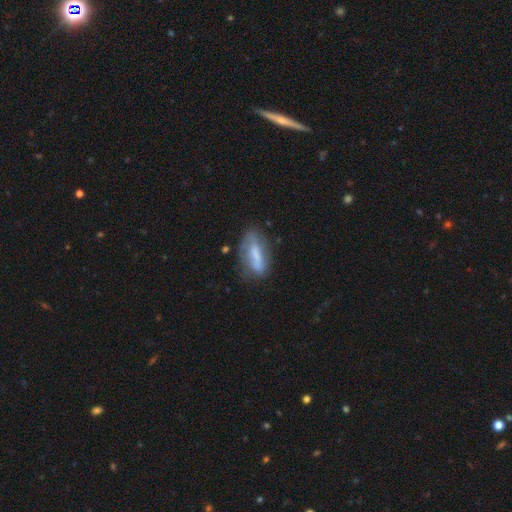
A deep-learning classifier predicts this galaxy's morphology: Smooth or featured? Predicted: smooth (p=0.49). Merging? Predicted: none (p=0.56).